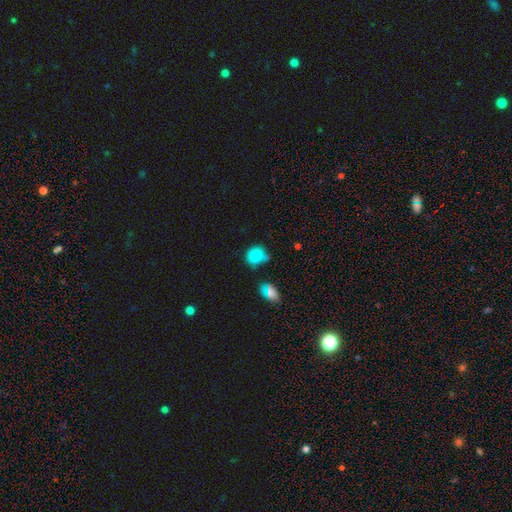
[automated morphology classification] smooth_or_featured: smooth (p=0.81) [alt: star or artifact p=0.12]
how_rounded: round (p=0.67) [alt: in between p=0.31]
merging: none (p=0.52) [alt: minor disturbance p=0.29]